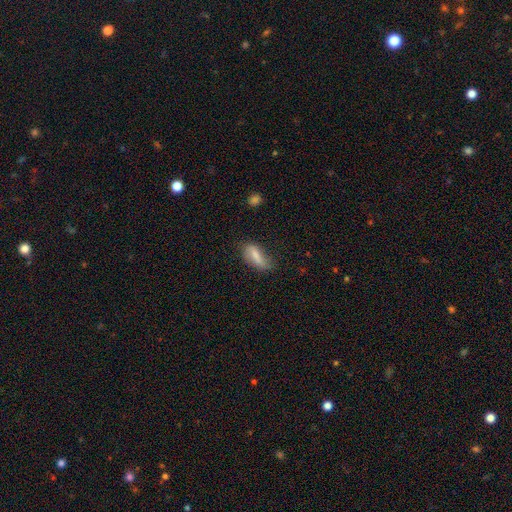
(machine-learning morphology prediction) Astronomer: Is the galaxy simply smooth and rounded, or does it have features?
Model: smooth — 73%.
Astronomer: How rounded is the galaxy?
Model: in between — 73%.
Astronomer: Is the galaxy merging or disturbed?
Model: none — 46% (runner-up: minor disturbance, 35%).